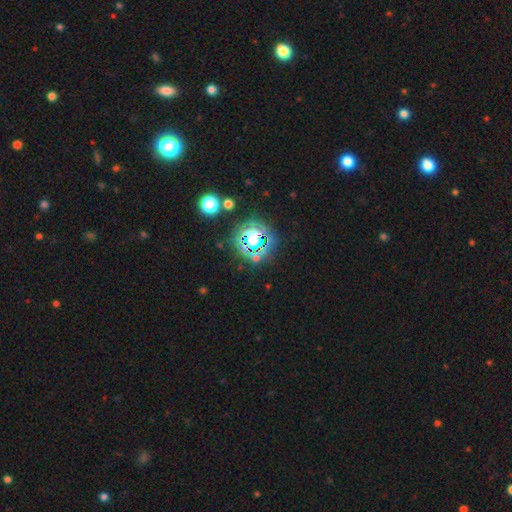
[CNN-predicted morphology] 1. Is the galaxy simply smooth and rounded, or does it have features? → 74% star or artifact, 17% smooth, 9% featured or disk.